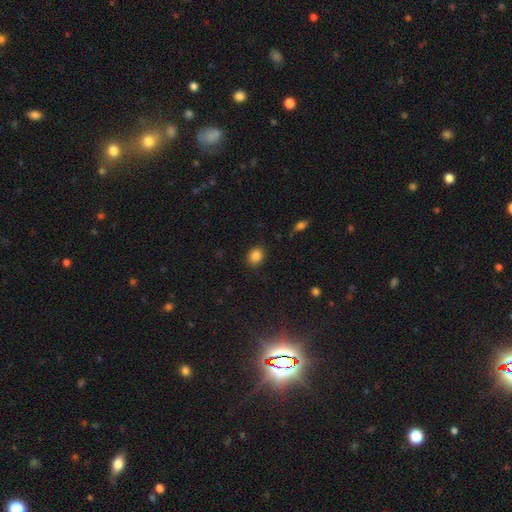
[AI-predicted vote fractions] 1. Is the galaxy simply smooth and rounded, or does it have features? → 86% smooth, 10% star or artifact, 4% featured or disk.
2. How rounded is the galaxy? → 53% in between, 46% round, 1% cigar-shaped.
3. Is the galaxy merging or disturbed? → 87% none, 9% minor disturbance, 3% major disturbance, 1% merger.